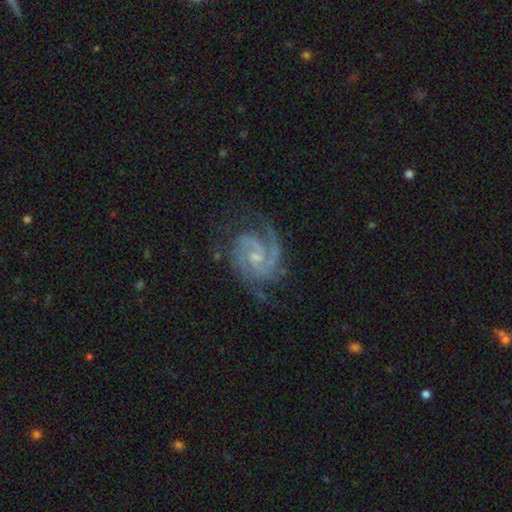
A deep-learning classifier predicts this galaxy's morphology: A featured or disk galaxy (92%) with no bar (53%), 2 (65%) tight (51%) spiral arms (98%) and a small central bulge (65%).

Vote fractions:
- Smooth or featured? featured or disk: 92% / star or artifact: 5% / smooth: 4%
- Edge-on disk? no: 98% / yes: 2%
- Bar? no: 53% / weak: 39% / strong: 8%
- Spiral arms? yes: 98% / no: 2%
- Spiral winding? tight: 51% / medium: 42% / loose: 7%
- Spiral arm count? 2: 65% / 3: 18% / can't tell: 7% / 1: 4% / 4: 3% / more than 4: 3%
- Bulge size? small: 65% / moderate: 28% / none: 5% / large: 1% / dominant: 1%
- Merging? none: 69% / minor disturbance: 19% / major disturbance: 10% / merger: 2%